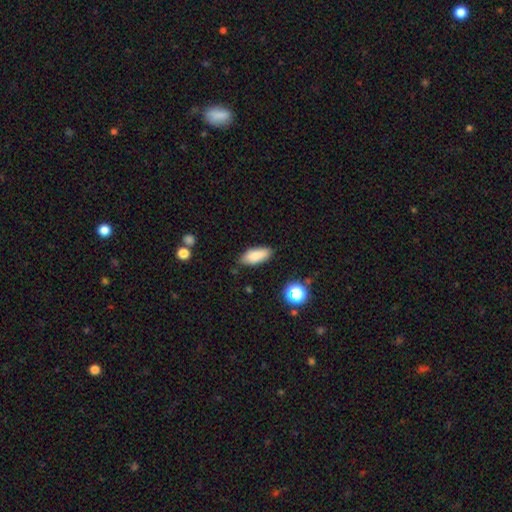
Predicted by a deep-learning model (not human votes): smooth_or_featured: smooth (p=0.86) [alt: star or artifact p=0.08]
how_rounded: in between (p=0.81) [alt: cigar-shaped p=0.17]
merging: none (p=0.82) [alt: minor disturbance p=0.13]